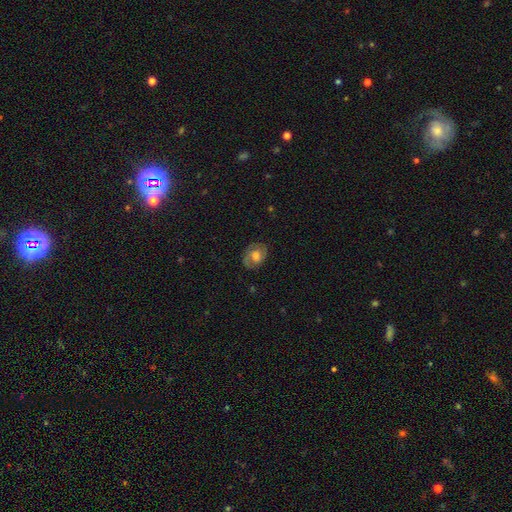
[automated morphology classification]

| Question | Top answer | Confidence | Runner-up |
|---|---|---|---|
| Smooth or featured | featured or disk | 51% | smooth (41%) |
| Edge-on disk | no | 96% | yes (4%) |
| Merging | none | 74% | minor disturbance (18%) |